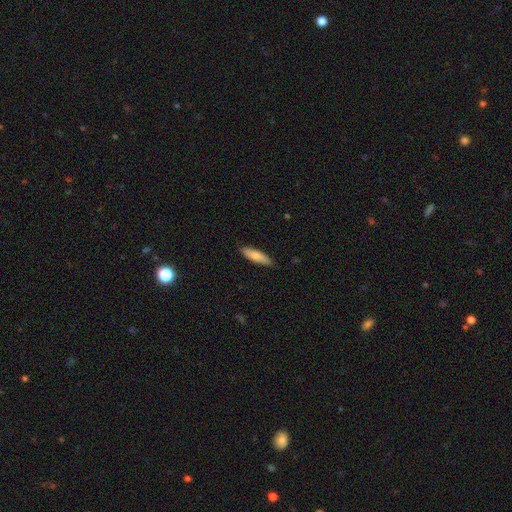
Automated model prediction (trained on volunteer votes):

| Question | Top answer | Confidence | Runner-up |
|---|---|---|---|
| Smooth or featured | smooth | 81% | featured or disk (14%) |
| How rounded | cigar-shaped | 65% | in between (34%) |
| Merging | none | 88% | minor disturbance (10%) |